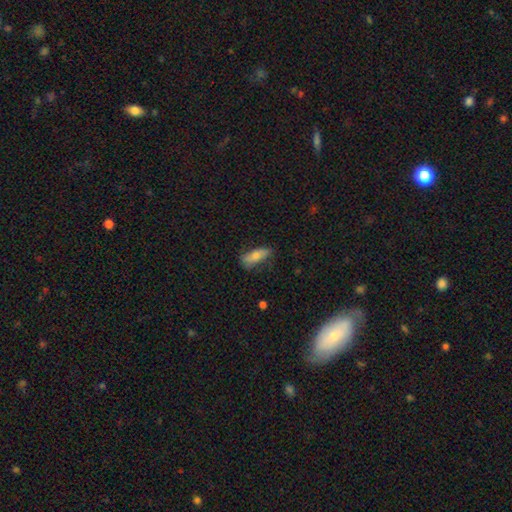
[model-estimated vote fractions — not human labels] This appears to be a smooth galaxy with no disk features (69%) that is in between round and cigar-shaped (54%). Merging: none (68%).